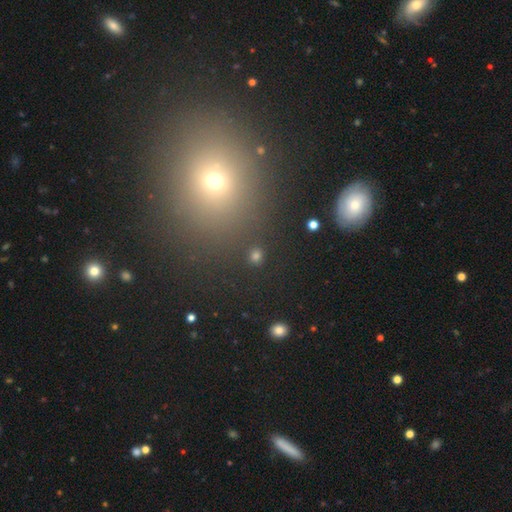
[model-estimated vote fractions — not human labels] Morphology: type=smooth (56%); roundness=round (80%); merging=none (83%).